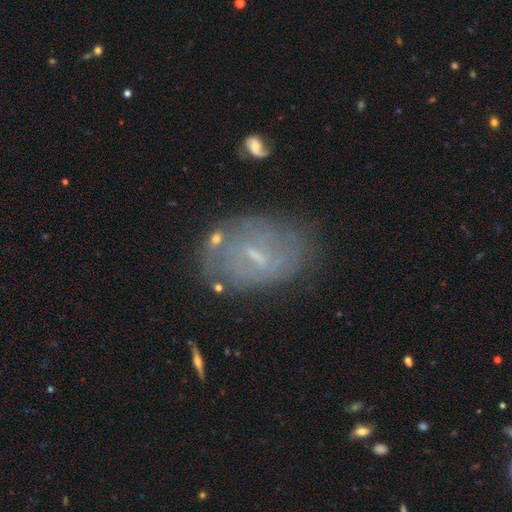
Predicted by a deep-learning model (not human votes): This is likely a featured or disk galaxy (66%). It is clearly not viewed edge-on (95%). Bar: likely weak (60%). Spiral arm pattern: likely yes (68%). Central bulge: likely small (66%). Merging: likely none (70%).